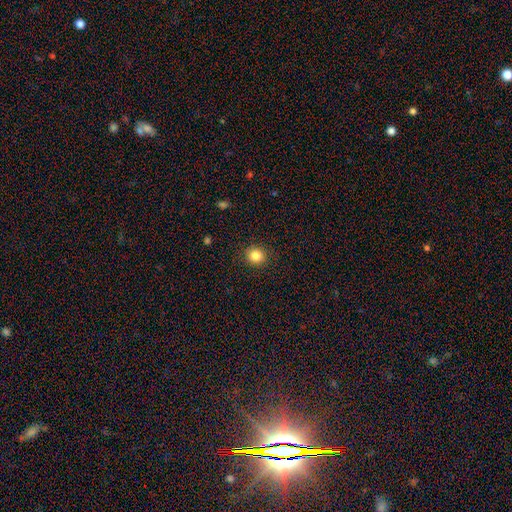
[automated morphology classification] Smooth or featured? Predicted: smooth (p=0.84). How rounded? Predicted: round (p=0.86). Merging? Predicted: none (p=0.90).